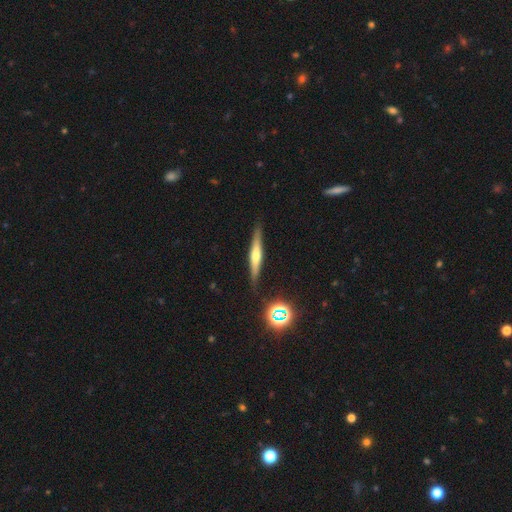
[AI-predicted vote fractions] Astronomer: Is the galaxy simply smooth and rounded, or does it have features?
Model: featured or disk — 53% (runner-up: smooth, 38%).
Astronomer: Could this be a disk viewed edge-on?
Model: yes — 95%.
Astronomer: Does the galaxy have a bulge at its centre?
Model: rounded — 71%.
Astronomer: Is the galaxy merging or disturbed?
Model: none — 86%.